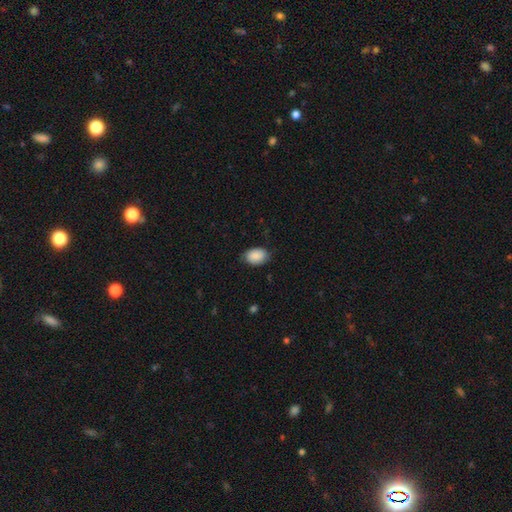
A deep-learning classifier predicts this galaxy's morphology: smooth-or-featured: smooth: 87% | star or artifact: 7% | featured or disk: 7%
  how-rounded: in between: 82% | round: 17% | cigar-shaped: 1%
  merging: none: 73% | minor disturbance: 22% | major disturbance: 4% | merger: 1%